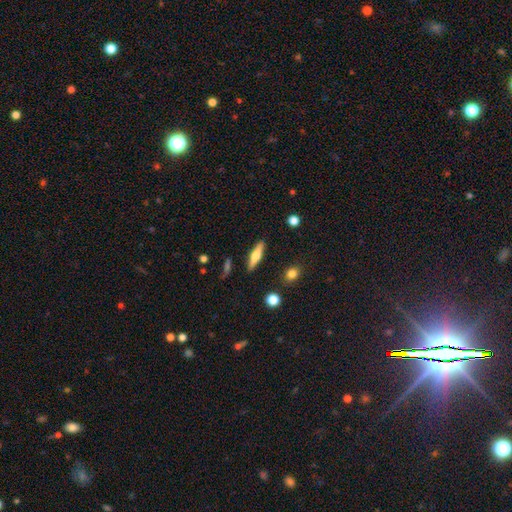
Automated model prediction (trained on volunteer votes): Smooth or featured? Predicted: smooth (p=0.48). Merging? Predicted: none (p=0.87).